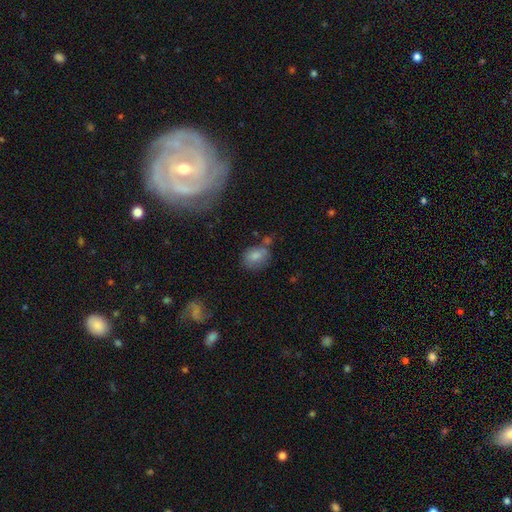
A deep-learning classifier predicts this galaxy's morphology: This appears to be a smooth galaxy with no disk features (80%) that is in between round and cigar-shaped (65%). Merging: none (57%).